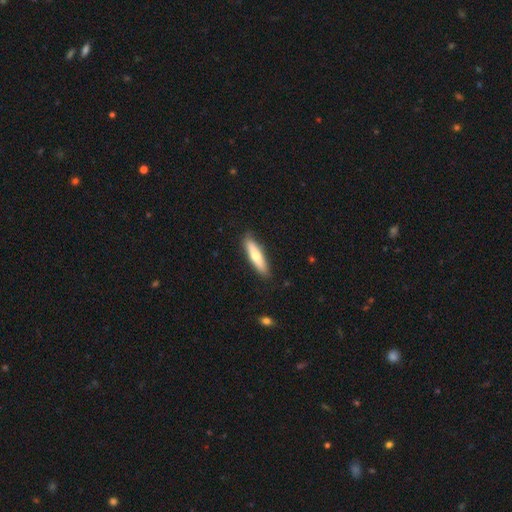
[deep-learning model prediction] Smooth or featured?
  - smooth: 60% *
  - featured or disk: 35%
  - star or artifact: 5%
How rounded?
  - cigar-shaped: 78% *
  - in between: 21%
  - round: 2%
Merging?
  - none: 88% *
  - minor disturbance: 9%
  - major disturbance: 2%
  - merger: 1%